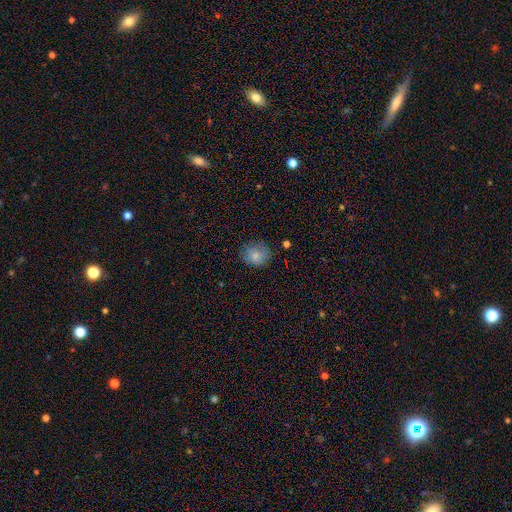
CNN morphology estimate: The model was most divided on "how rounded": round: 72%, in between: 27%, cigar-shaped: 1%. More confident: smooth or featured — smooth (81%); merging — none (75%).